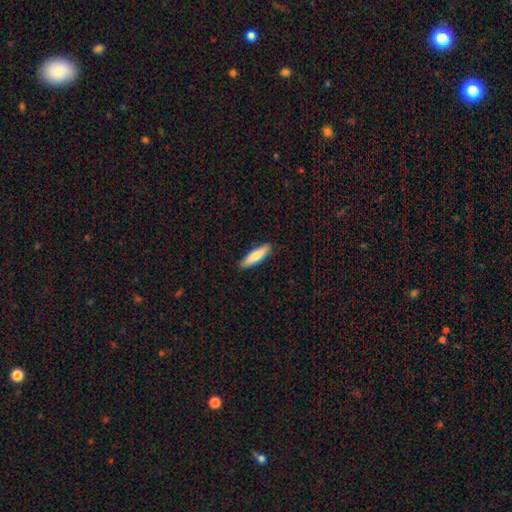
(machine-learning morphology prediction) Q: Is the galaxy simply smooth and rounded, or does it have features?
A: smooth — 80%.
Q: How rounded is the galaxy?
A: cigar-shaped — 74%.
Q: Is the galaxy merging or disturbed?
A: none — 89%.